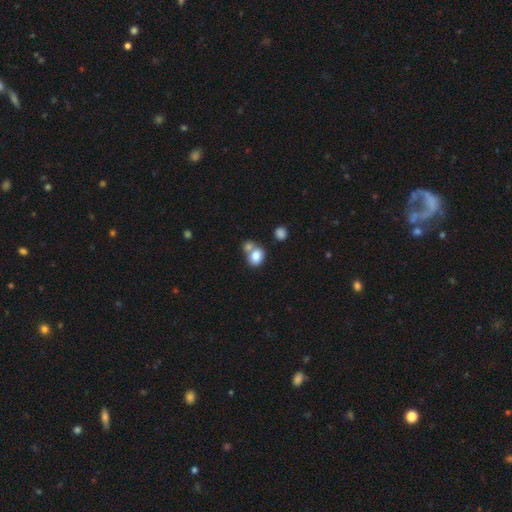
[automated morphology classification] This is clearly a smooth galaxy (82%). How rounded: possibly in between (54%). Merging: possibly merger (48%).